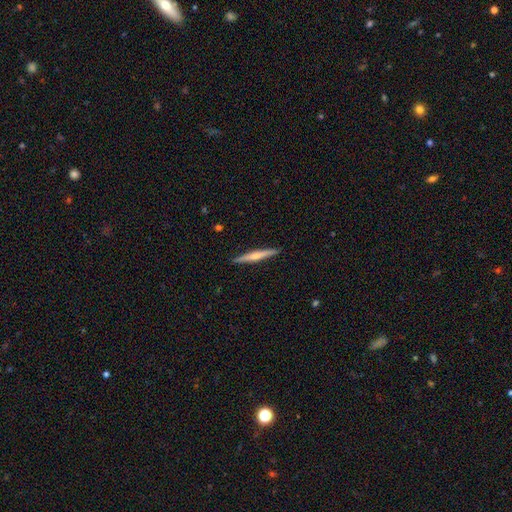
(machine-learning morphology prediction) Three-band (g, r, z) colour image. It shows a featured or disk galaxy (59%) viewed edge-on (97%) with a rounded central bulge (75%). Merging: none (91%).